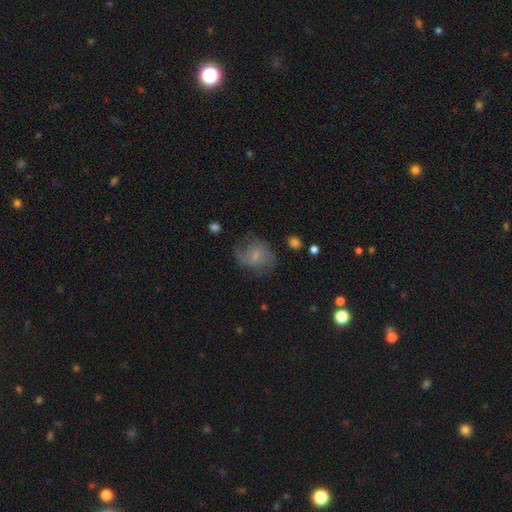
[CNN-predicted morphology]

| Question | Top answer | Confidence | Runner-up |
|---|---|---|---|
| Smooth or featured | featured or disk | 58% | smooth (33%) |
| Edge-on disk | no | 97% | yes (3%) |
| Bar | no | 58% | weak (37%) |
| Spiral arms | yes | 85% | no (15%) |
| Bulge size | small | 59% | moderate (23%) |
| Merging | none | 58% | minor disturbance (23%) |